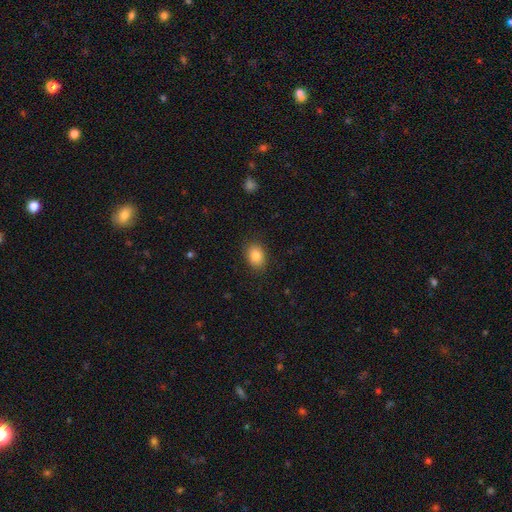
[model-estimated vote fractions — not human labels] smooth 84%, star or artifact 9%, featured or disk 7%. Down the decision tree: how rounded — in between (67%); merging — none (87%).